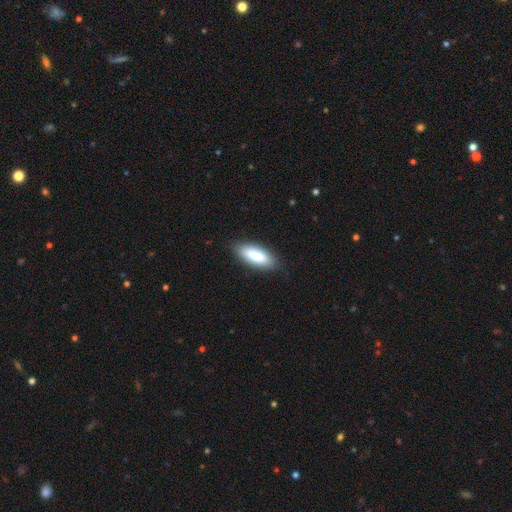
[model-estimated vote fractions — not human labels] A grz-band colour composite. It shows a smooth galaxy with no disk features (86%) that is in between round and cigar-shaped (73%). Merging: none (86%).